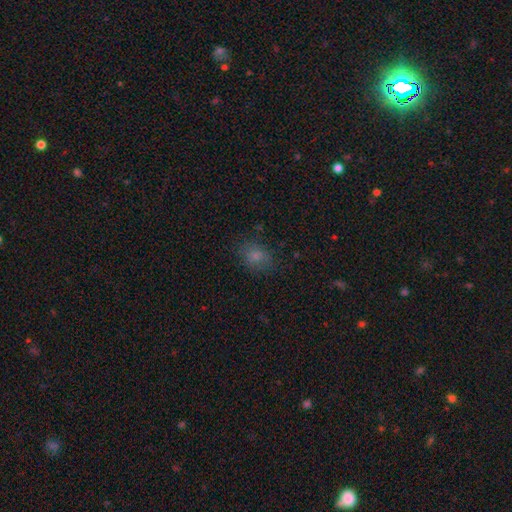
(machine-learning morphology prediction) The model was most divided on "how rounded": in between: 50%, round: 49%, cigar-shaped: 1%. More confident: merging — none (76%); smooth or featured — smooth (76%).